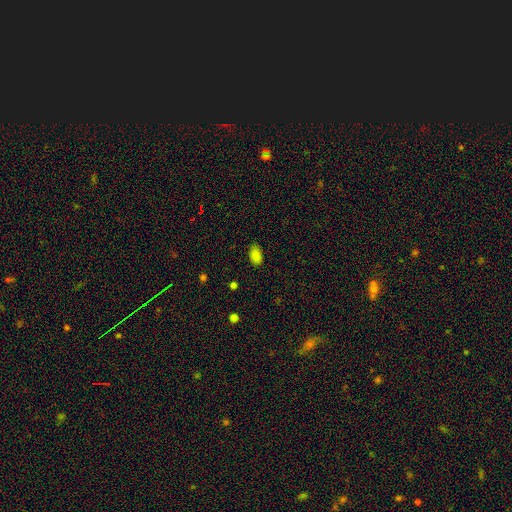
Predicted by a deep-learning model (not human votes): smooth-or-featured: smooth: 84% | star or artifact: 12% | featured or disk: 4%
  how-rounded: in between: 92% | round: 7% | cigar-shaped: 2%
  merging: none: 82% | minor disturbance: 14% | major disturbance: 3% | merger: 1%